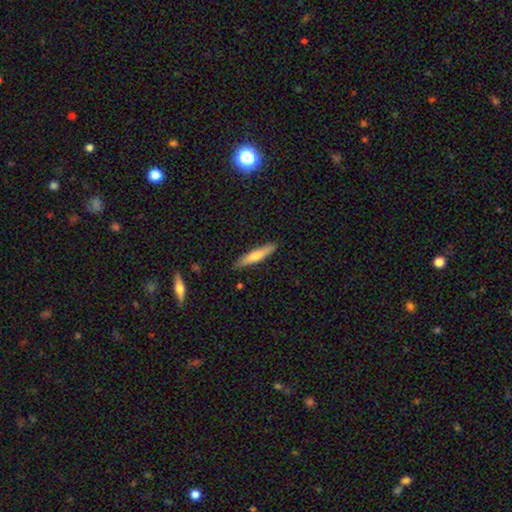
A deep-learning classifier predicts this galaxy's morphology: Smooth or featured?
  - smooth: 62% *
  - featured or disk: 32%
  - star or artifact: 6%
How rounded?
  - cigar-shaped: 90% *
  - in between: 9%
  - round: 1%
Merging?
  - none: 88% *
  - minor disturbance: 9%
  - major disturbance: 2%
  - merger: 1%